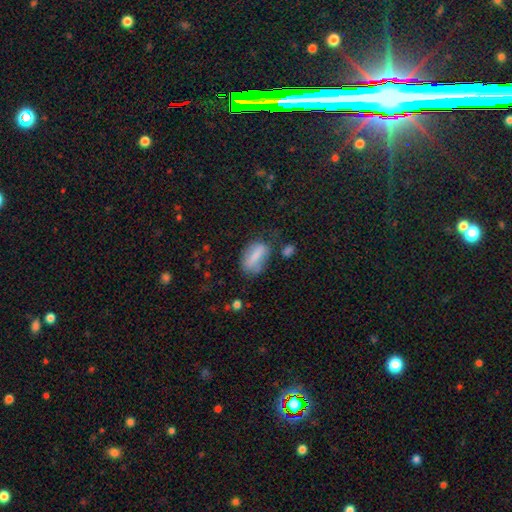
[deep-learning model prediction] Smooth or featured? Predicted: smooth (p=0.72). How rounded? Predicted: in between (p=0.79). Merging? Predicted: none (p=0.58).